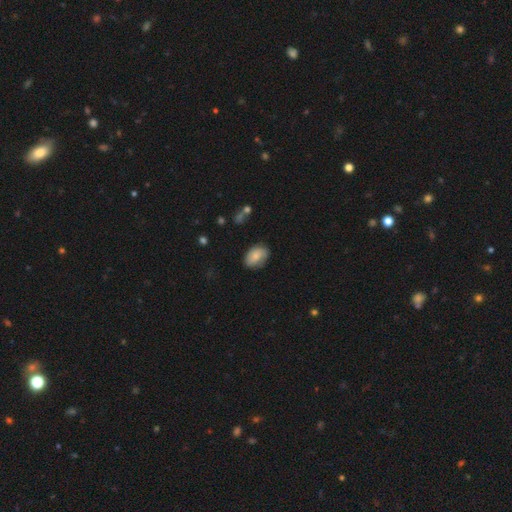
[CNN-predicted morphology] Smooth or featured: smooth — 81% (featured or disk — 12%)
How rounded: in between — 87% (round — 12%)
Merging: none — 74% (minor disturbance — 20%)